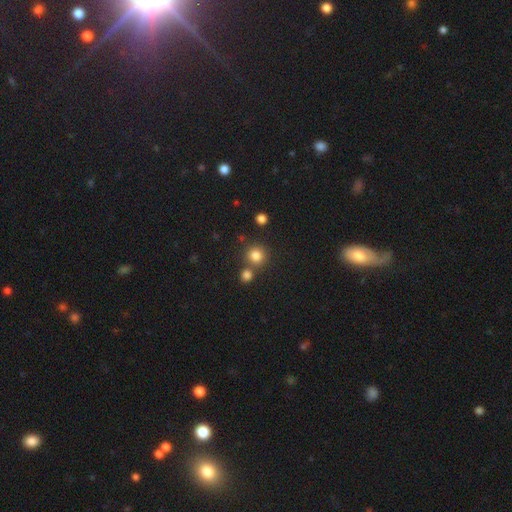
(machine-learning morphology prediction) A smooth galaxy with no disk features (82%) that is round (91%).

Vote fractions:
- Smooth or featured? smooth: 82% / star or artifact: 13% / featured or disk: 5%
- How rounded? round: 91% / in between: 8% / cigar-shaped: 1%
- Merging? none: 70% / merger: 20% / minor disturbance: 8% / major disturbance: 3%